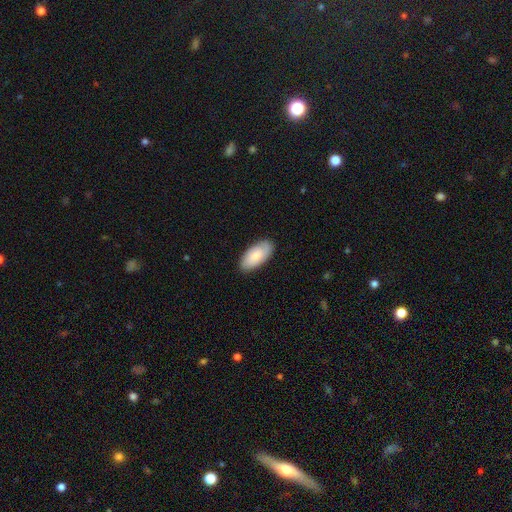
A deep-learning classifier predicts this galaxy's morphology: Smooth or featured? Predicted: smooth (p=0.77). How rounded? Predicted: in between (p=0.93). Merging? Predicted: none (p=0.85).